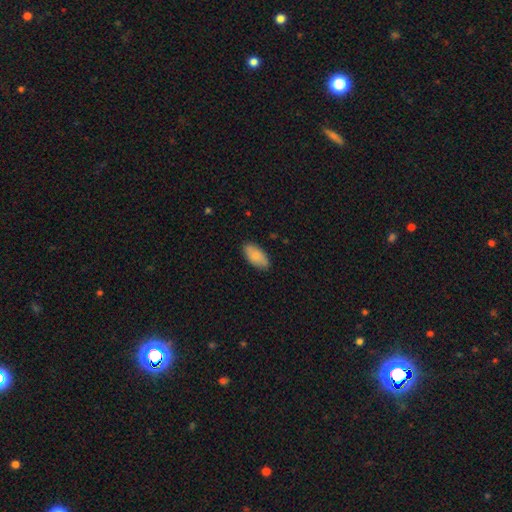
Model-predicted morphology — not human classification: Overall: smooth (83%). How rounded: in between (93%). Merging: none (86%).